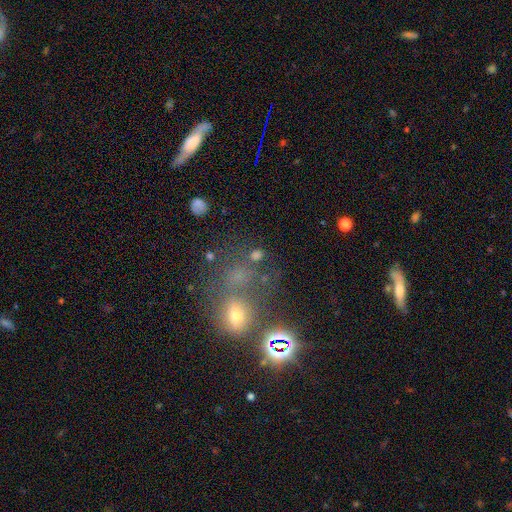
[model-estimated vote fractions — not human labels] smooth 49%, star or artifact 37%, featured or disk 14%. Down the decision tree: merging — none (51%).